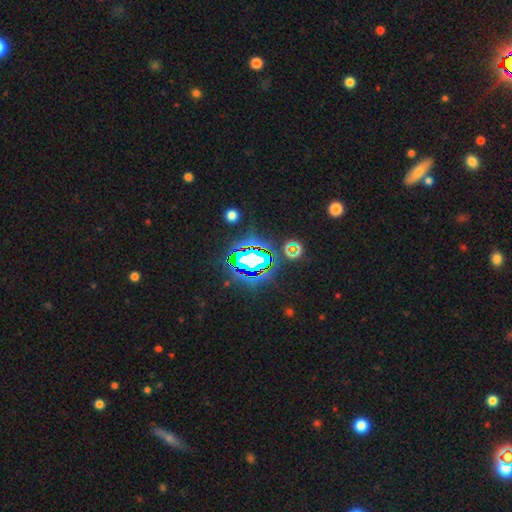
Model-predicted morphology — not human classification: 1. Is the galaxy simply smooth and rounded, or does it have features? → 81% star or artifact, 11% smooth, 8% featured or disk.